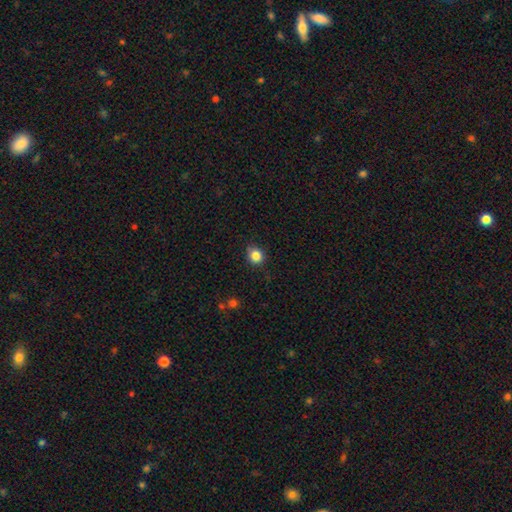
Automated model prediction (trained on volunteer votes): Q: Smooth or featured?
A: smooth (84%); runner-up: star or artifact (11%)
Q: How rounded?
A: round (80%); runner-up: in between (19%)
Q: Merging?
A: none (83%); runner-up: minor disturbance (13%)